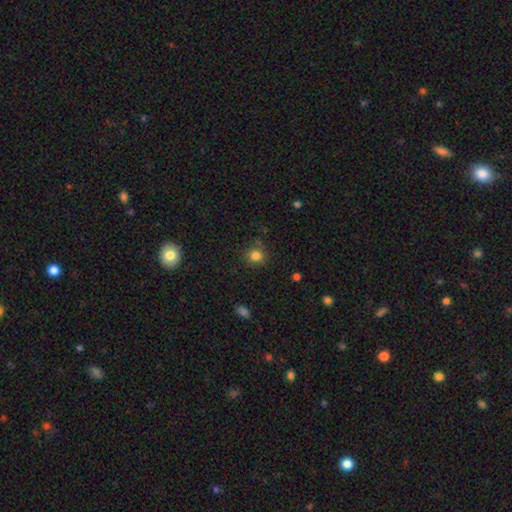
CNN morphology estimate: Q: Smooth or featured?
A: smooth (81%); runner-up: star or artifact (13%)
Q: How rounded?
A: round (88%); runner-up: in between (11%)
Q: Merging?
A: none (82%); runner-up: minor disturbance (11%)